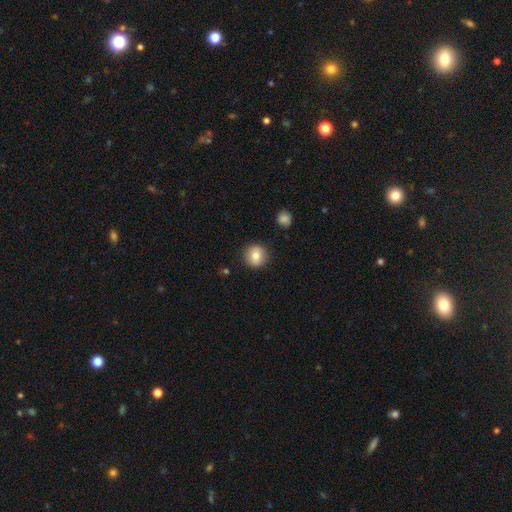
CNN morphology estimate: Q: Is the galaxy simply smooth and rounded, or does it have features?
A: smooth — 82%.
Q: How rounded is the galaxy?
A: round — 92%.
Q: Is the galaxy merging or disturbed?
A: none — 89%.